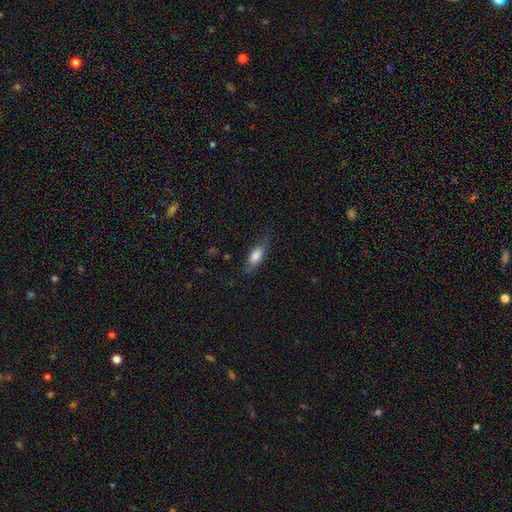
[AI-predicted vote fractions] This is likely a smooth galaxy (72%). How rounded: likely in between (72%). Merging: likely none (68%).